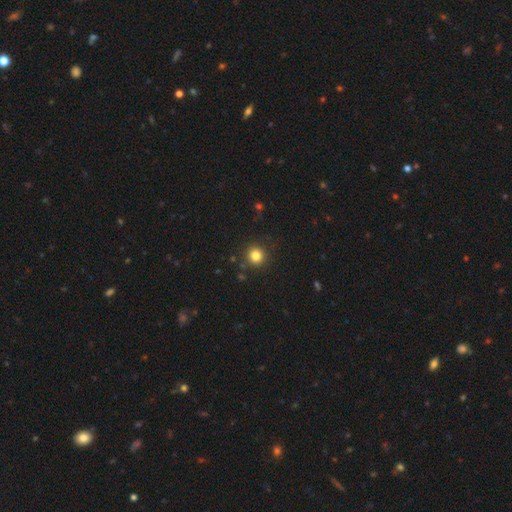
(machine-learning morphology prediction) This is clearly a smooth galaxy (82%). How rounded: clearly round (94%). Merging: clearly none (89%).